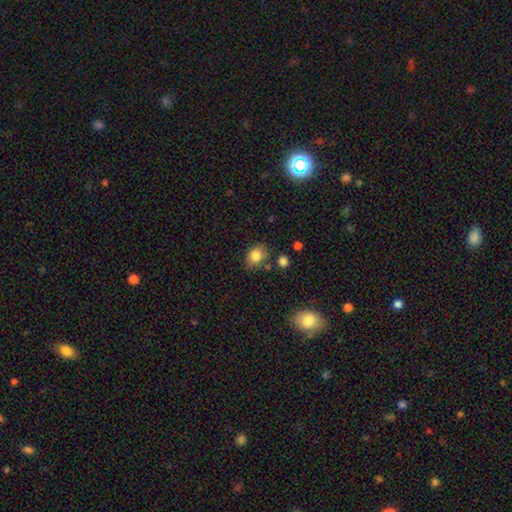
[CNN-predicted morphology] A smooth galaxy with no disk features (82%) that is in between round and cigar-shaped (57%). Merging: none (71%).